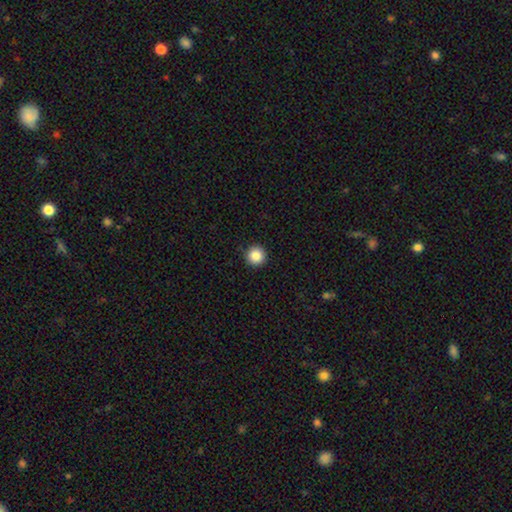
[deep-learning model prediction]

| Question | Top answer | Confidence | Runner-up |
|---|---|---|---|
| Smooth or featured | smooth | 86% | star or artifact (10%) |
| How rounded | round | 96% | in between (3%) |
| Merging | none | 93% | minor disturbance (5%) |